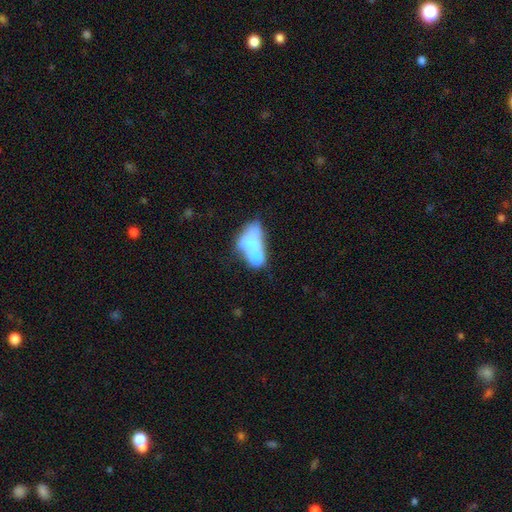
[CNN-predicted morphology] Smooth or featured?
  - smooth: 55% *
  - featured or disk: 36%
  - star or artifact: 9%
How rounded?
  - in between: 81% *
  - round: 15%
  - cigar-shaped: 4%
Merging?
  - merger: 71% *
  - none: 11%
  - major disturbance: 10%
  - minor disturbance: 7%